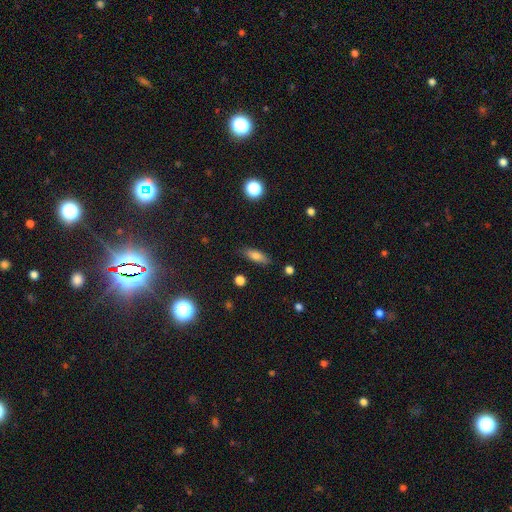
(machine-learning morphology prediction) smooth 75%, featured or disk 15%, star or artifact 10%. Down the decision tree: how rounded — in between (66%); merging — none (83%).